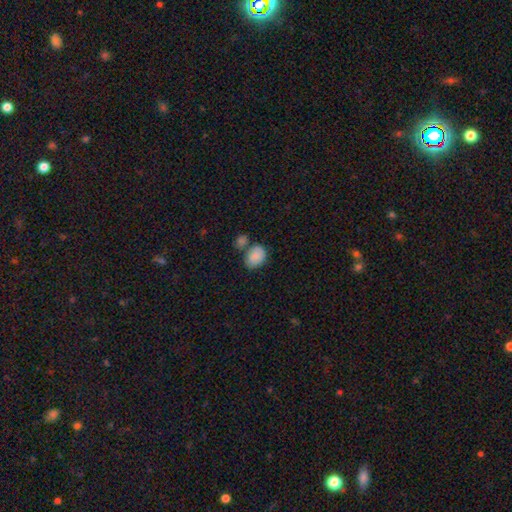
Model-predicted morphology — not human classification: smooth_or_featured: smooth (p=0.86) [alt: star or artifact p=0.07]
how_rounded: in between (p=0.74) [alt: round p=0.25]
merging: none (p=0.49) [alt: merger p=0.30]